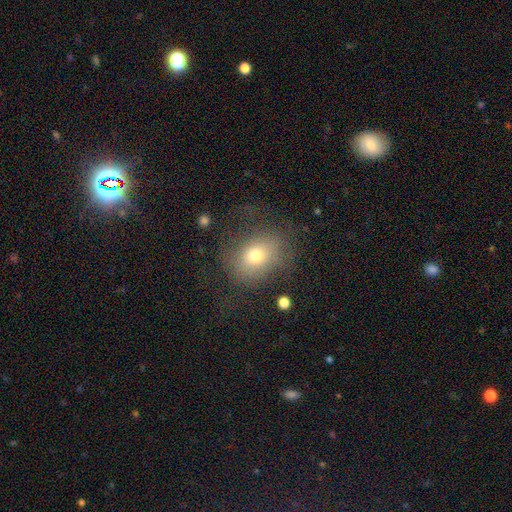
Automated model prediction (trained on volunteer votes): A smooth galaxy with no disk features (68%) that is round (54%). Merging: none (59%).